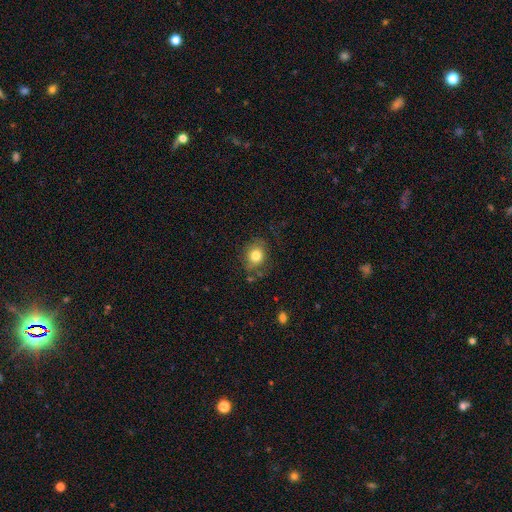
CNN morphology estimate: Q: Smooth or featured?
A: smooth (79%); runner-up: featured or disk (11%)
Q: How rounded?
A: round (57%); runner-up: in between (42%)
Q: Merging?
A: none (70%); runner-up: minor disturbance (20%)